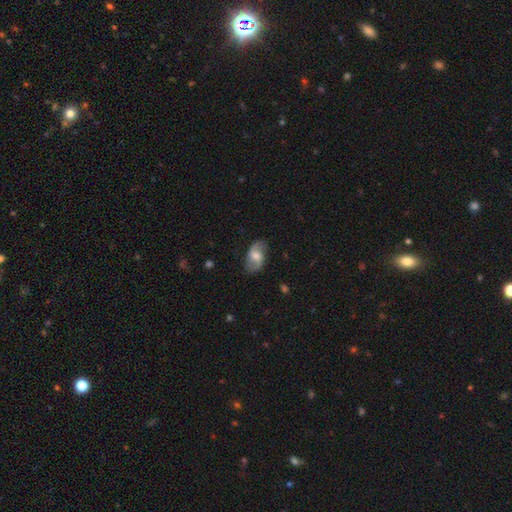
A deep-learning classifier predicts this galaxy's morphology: This appears to be a featured or disk galaxy (49%). Merging: none (78%).